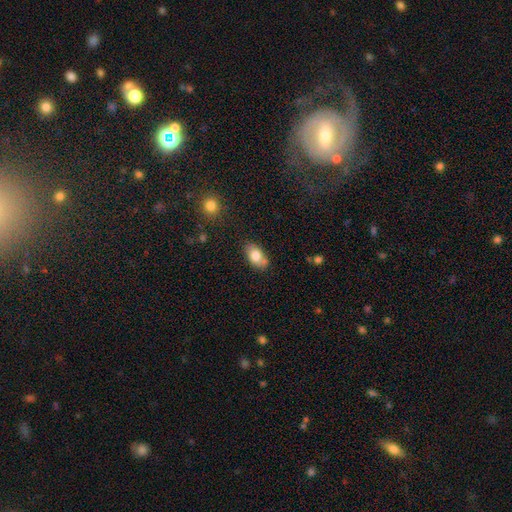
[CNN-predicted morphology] smooth-or-featured: smooth: 79% | featured or disk: 13% | star or artifact: 8%
  how-rounded: in between: 89% | round: 8% | cigar-shaped: 3%
  merging: none: 68% | minor disturbance: 20% | merger: 8% | major disturbance: 4%